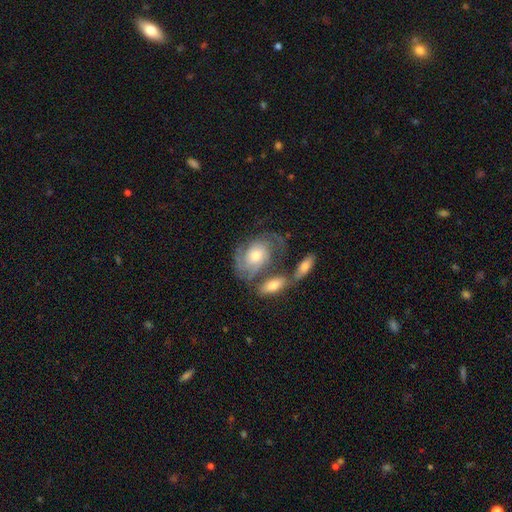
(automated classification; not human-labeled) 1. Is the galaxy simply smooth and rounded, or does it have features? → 74% featured or disk, 20% smooth, 6% star or artifact.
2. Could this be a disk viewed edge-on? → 95% no, 5% yes.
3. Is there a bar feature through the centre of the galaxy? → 75% no, 21% weak, 4% strong.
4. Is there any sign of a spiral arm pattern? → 90% yes, 10% no.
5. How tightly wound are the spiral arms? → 54% tight, 34% medium, 11% loose.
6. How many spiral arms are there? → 35% can't tell, 30% 2, 20% 3, 7% 4, 5% 1, 4% more than 4.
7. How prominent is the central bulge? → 58% moderate, 23% small, 15% large, 2% none, 2% dominant.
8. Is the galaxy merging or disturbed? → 43% none, 25% merger, 19% minor disturbance, 13% major disturbance.